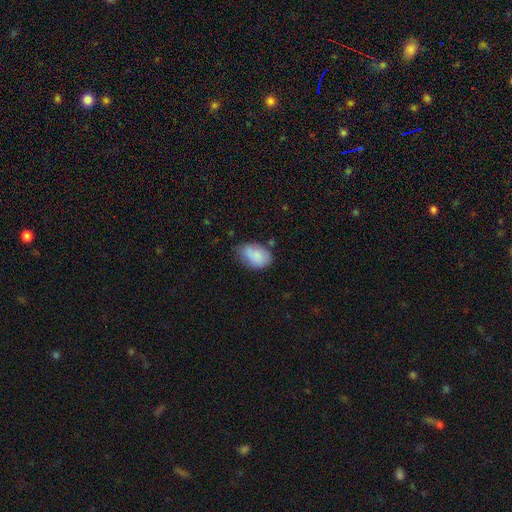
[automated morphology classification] Q: Smooth or featured?
A: smooth (82%); runner-up: featured or disk (11%)
Q: How rounded?
A: in between (87%); runner-up: round (12%)
Q: Merging?
A: none (54%); runner-up: minor disturbance (33%)